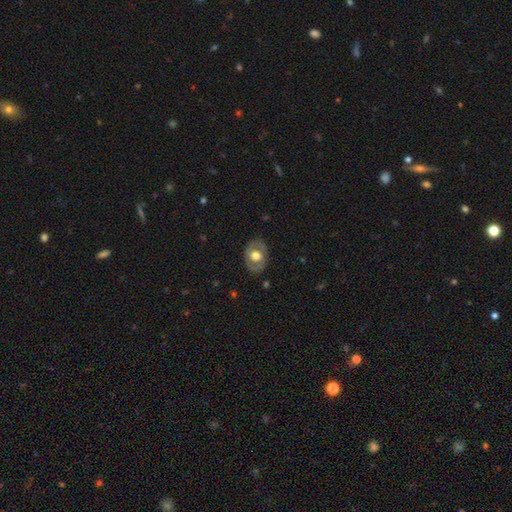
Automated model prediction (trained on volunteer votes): This appears to be a featured or disk galaxy (49%). Merging: none (80%).